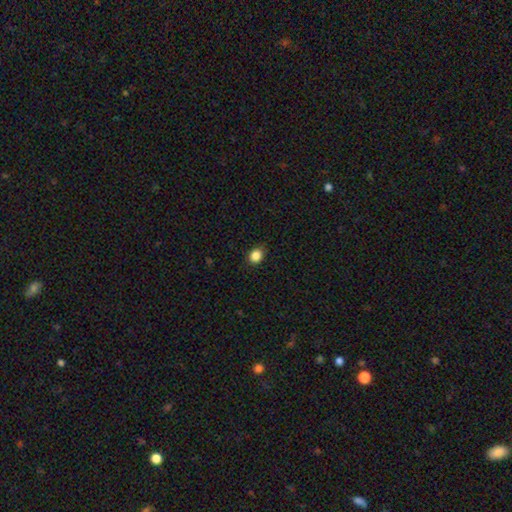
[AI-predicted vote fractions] smooth_or_featured: smooth (p=0.86) [alt: star or artifact p=0.11]
how_rounded: round (p=0.65) [alt: in between p=0.34]
merging: none (p=0.86) [alt: minor disturbance p=0.10]